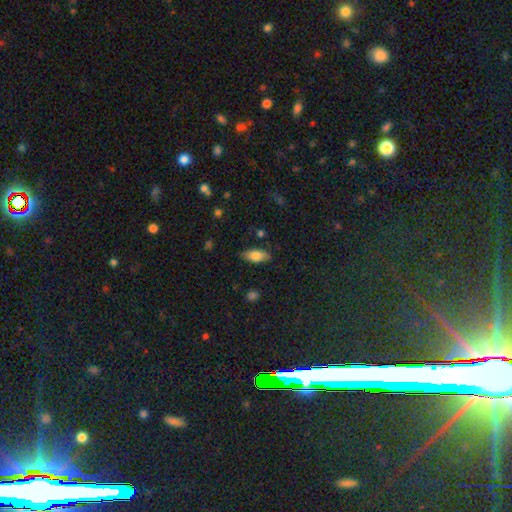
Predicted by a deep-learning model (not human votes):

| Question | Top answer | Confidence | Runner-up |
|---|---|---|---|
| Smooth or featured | smooth | 77% | featured or disk (16%) |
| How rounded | in between | 85% | cigar-shaped (13%) |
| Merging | none | 82% | minor disturbance (14%) |